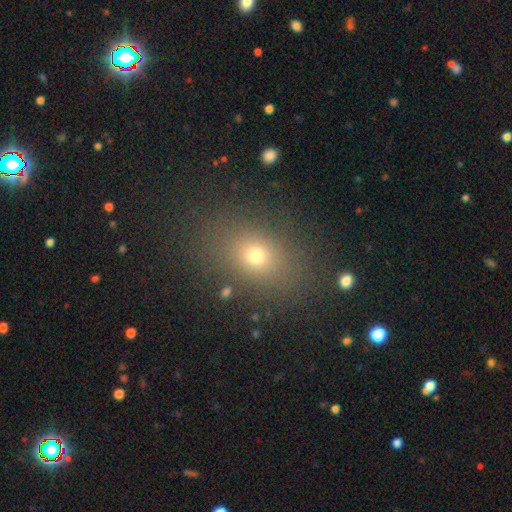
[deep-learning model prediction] Q: Smooth or featured?
A: smooth (66%); runner-up: star or artifact (22%)
Q: How rounded?
A: in between (61%); runner-up: round (37%)
Q: Merging?
A: none (86%); runner-up: minor disturbance (9%)